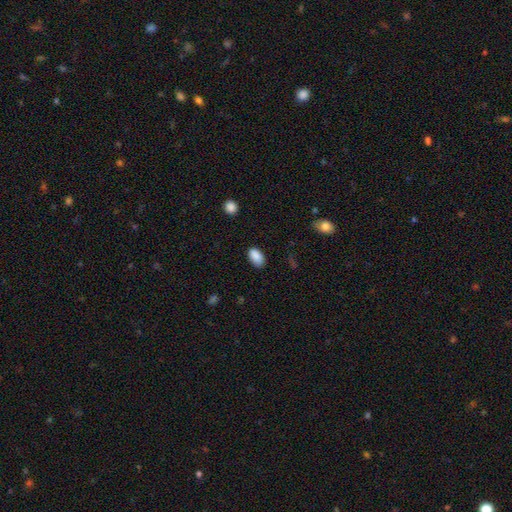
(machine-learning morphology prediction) Overall: smooth (89%). How rounded: in between (93%). Merging: none (82%).